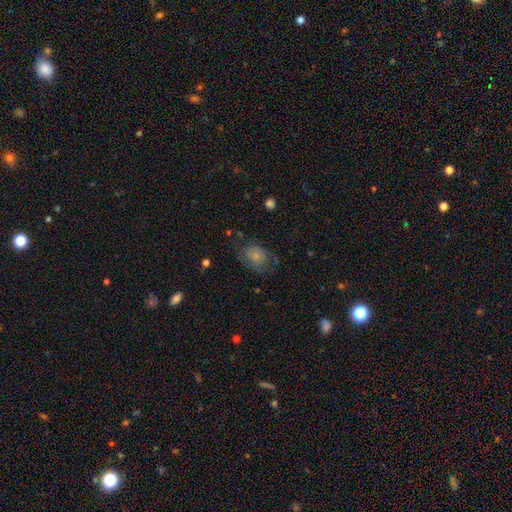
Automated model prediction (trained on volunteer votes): Overall: smooth (68%). How rounded: in between (63%; round 35%). Merging: none (50%; minor disturbance 27%).